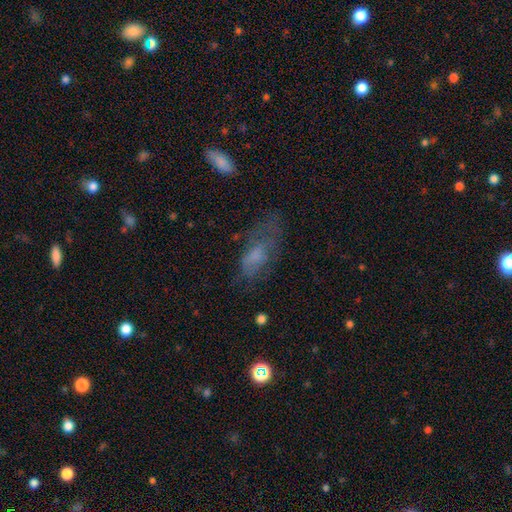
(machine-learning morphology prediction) This is possibly a smooth galaxy (54%). How rounded: clearly in between (81%). Merging: marginally none (43%).